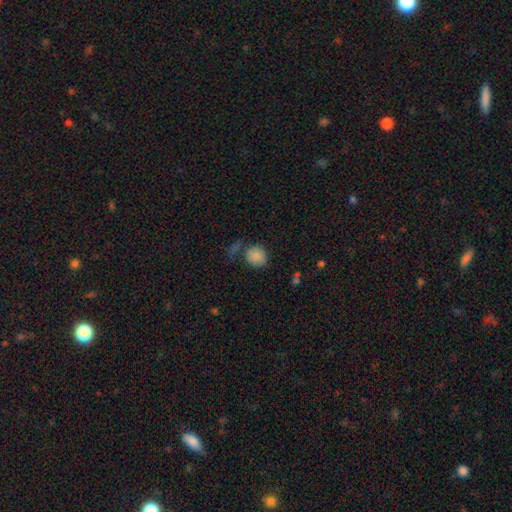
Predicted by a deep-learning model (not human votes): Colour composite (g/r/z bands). It shows a smooth galaxy with no disk features (85%) that is round (80%). Merging: none (67%).